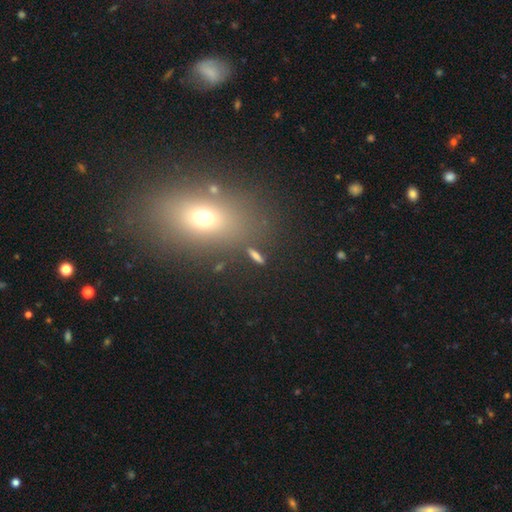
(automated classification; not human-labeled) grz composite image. It shows a smooth galaxy with no disk features (63%) that is in between round and cigar-shaped (43%). Merging: none (81%).